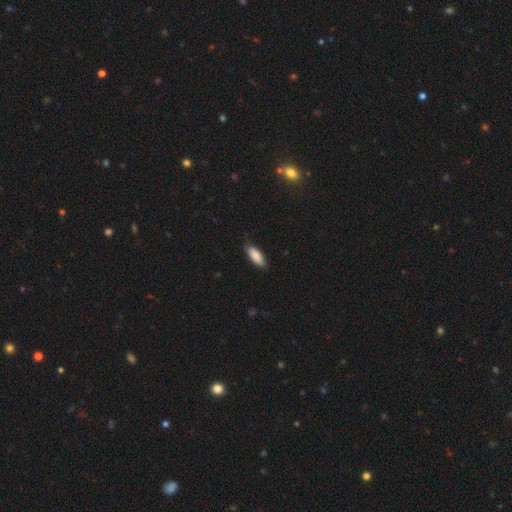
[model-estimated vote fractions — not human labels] Smooth or featured: smooth — 86% (featured or disk — 8%)
How rounded: in between — 75% (cigar-shaped — 23%)
Merging: none — 80% (minor disturbance — 17%)